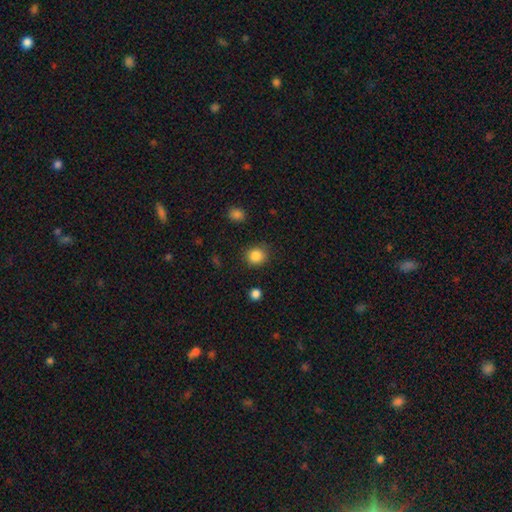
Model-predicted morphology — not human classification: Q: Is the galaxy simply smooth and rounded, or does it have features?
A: smooth — 86%.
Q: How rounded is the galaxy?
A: round — 88%.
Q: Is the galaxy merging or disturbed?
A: none — 86%.